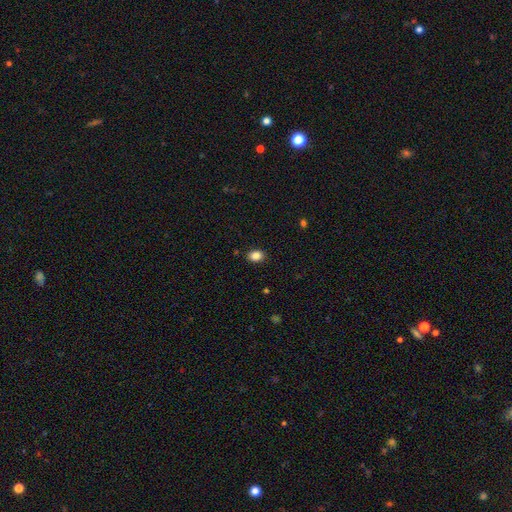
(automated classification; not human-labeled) This appears to be a smooth galaxy with no disk features (86%) that is in between round and cigar-shaped (65%). Merging: none (89%).